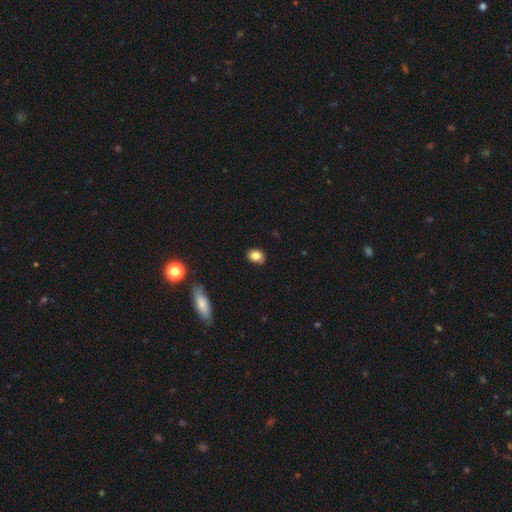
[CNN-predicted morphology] Q: Smooth or featured?
A: smooth (82%); runner-up: star or artifact (10%)
Q: How rounded?
A: in between (60%); runner-up: round (39%)
Q: Merging?
A: none (75%); runner-up: minor disturbance (20%)